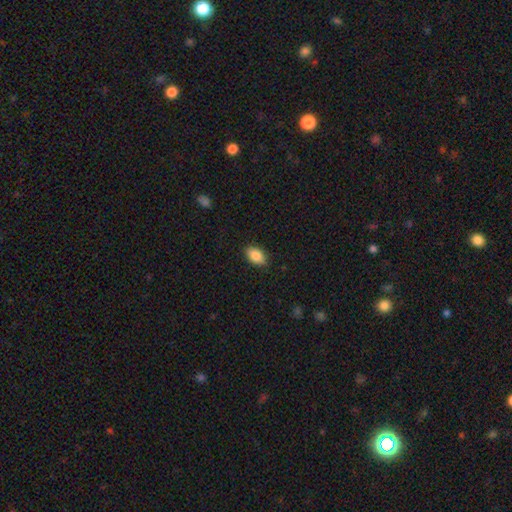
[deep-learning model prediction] Smooth or featured? smooth (88%)
How rounded? in between (91%)
Merging? none (87%)